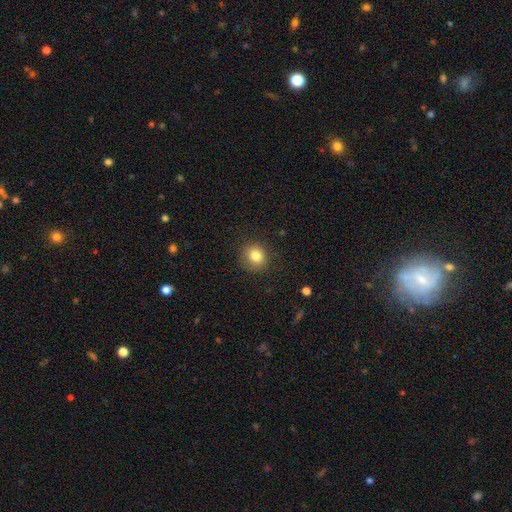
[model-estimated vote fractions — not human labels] Q: Smooth or featured?
A: smooth (82%); runner-up: star or artifact (11%)
Q: How rounded?
A: round (83%); runner-up: in between (17%)
Q: Merging?
A: none (84%); runner-up: minor disturbance (12%)